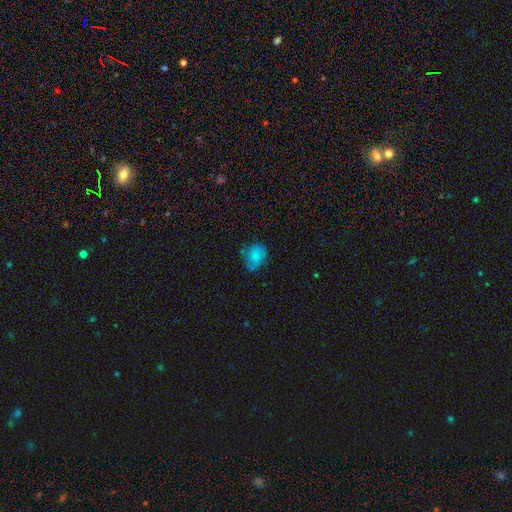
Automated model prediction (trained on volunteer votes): Overall: smooth (74%). How rounded: round (55%; in between 44%). Merging: none (55%; minor disturbance 32%).